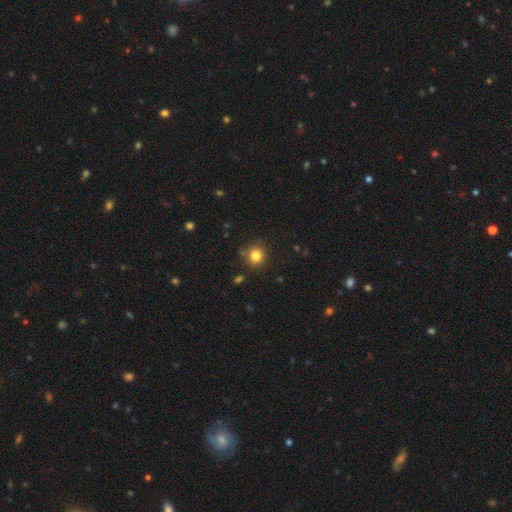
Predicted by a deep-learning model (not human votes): Smooth or featured?
  - smooth: 82% *
  - star or artifact: 12%
  - featured or disk: 6%
How rounded?
  - round: 87% *
  - in between: 12%
  - cigar-shaped: 1%
Merging?
  - none: 83% *
  - minor disturbance: 11%
  - major disturbance: 3%
  - merger: 3%